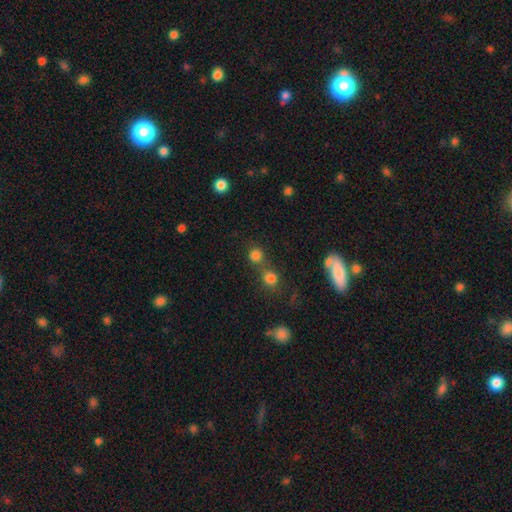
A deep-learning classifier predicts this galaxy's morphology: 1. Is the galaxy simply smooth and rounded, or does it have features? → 77% smooth, 17% star or artifact, 6% featured or disk.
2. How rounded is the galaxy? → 89% round, 10% in between, 1% cigar-shaped.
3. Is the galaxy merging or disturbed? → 55% none, 34% merger, 7% minor disturbance, 4% major disturbance.